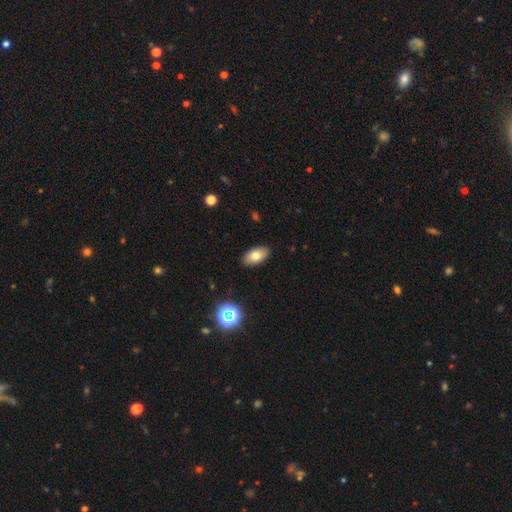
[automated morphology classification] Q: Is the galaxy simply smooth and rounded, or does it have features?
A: smooth — 76%.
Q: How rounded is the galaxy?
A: in between — 93%.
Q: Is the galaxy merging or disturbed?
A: none — 89%.